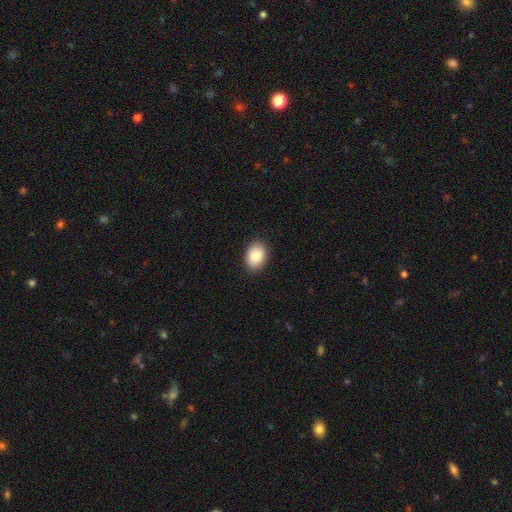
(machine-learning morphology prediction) type=smooth (84%); roundness=in between (79%); merging=none (90%).